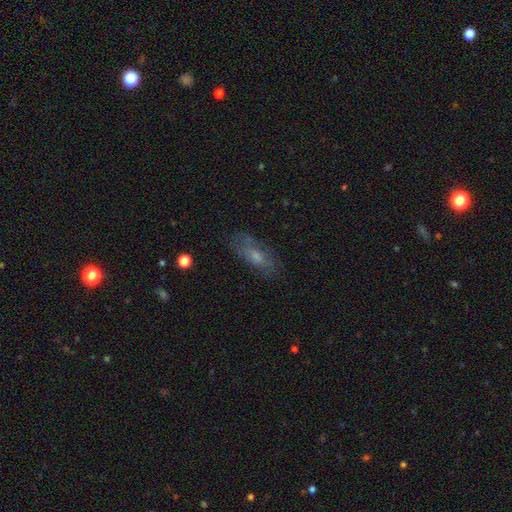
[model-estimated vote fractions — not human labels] smooth_or_featured: smooth (p=0.54) [alt: featured or disk p=0.36]
how_rounded: in between (p=0.73) [alt: cigar-shaped p=0.24]
merging: none (p=0.71) [alt: minor disturbance p=0.19]